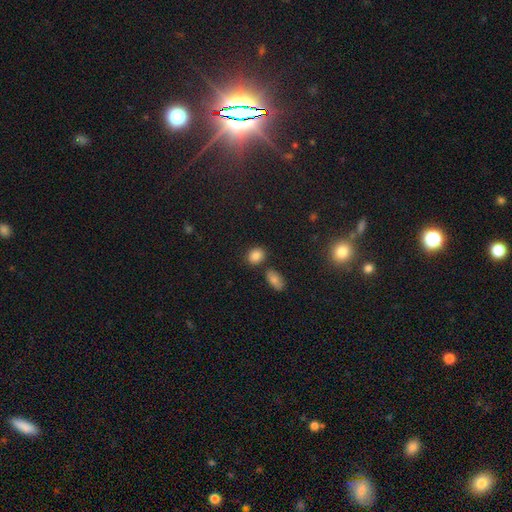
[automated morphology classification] Smooth or featured? smooth (84%)
How rounded? round (53%)
Merging? none (77%)